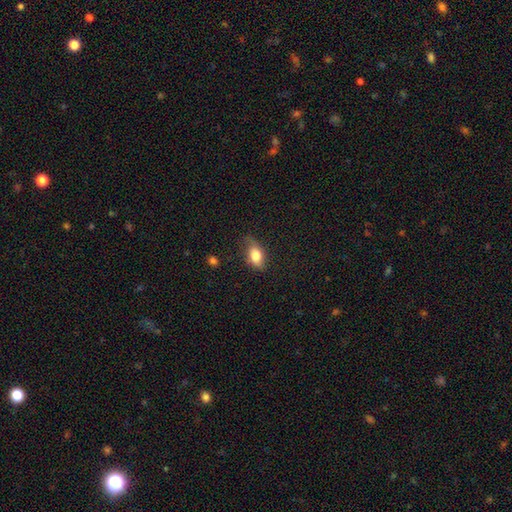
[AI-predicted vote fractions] Smooth or featured? Predicted: smooth (p=0.76). How rounded? Predicted: in between (p=0.85). Merging? Predicted: none (p=0.59).